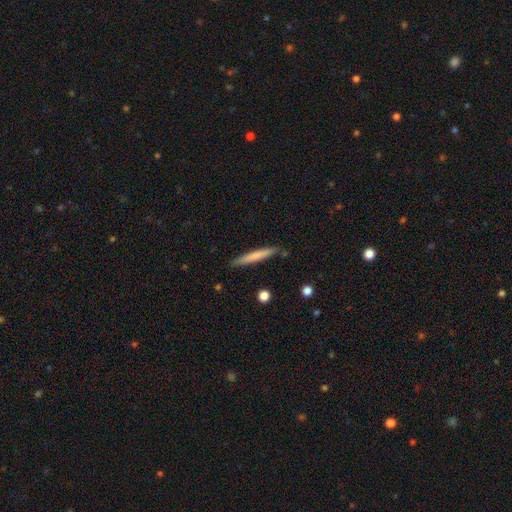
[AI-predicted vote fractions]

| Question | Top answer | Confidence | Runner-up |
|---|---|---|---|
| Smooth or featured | smooth | 68% | featured or disk (27%) |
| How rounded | cigar-shaped | 96% | in between (3%) |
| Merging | none | 87% | minor disturbance (9%) |